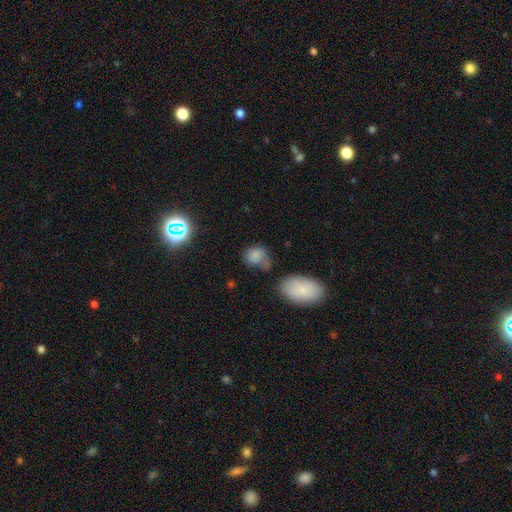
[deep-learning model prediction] smooth 78%, star or artifact 12%, featured or disk 10%. Down the decision tree: how rounded — round (52%); merging — none (43%).